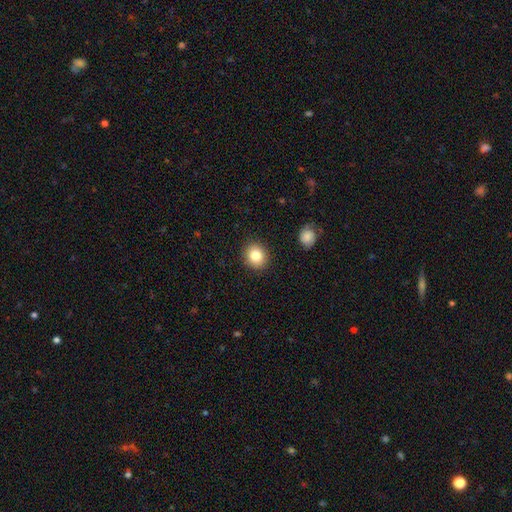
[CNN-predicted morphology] A smooth galaxy with no disk features (83%) that is round (79%). Merging: none (90%).